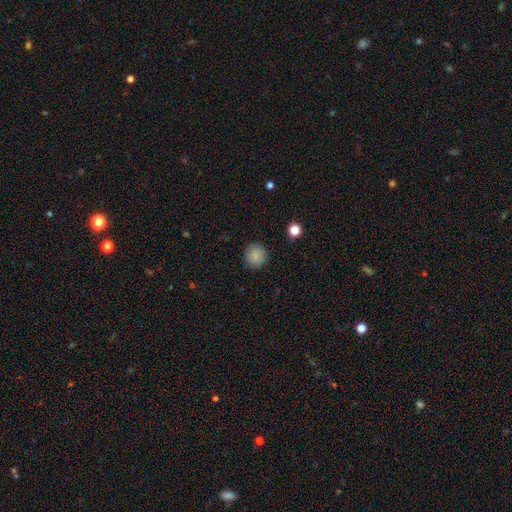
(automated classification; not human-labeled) The model was most divided on "smooth or featured": smooth: 86%, star or artifact: 9%, featured or disk: 6%. More confident: how rounded — round (91%); merging — none (89%).